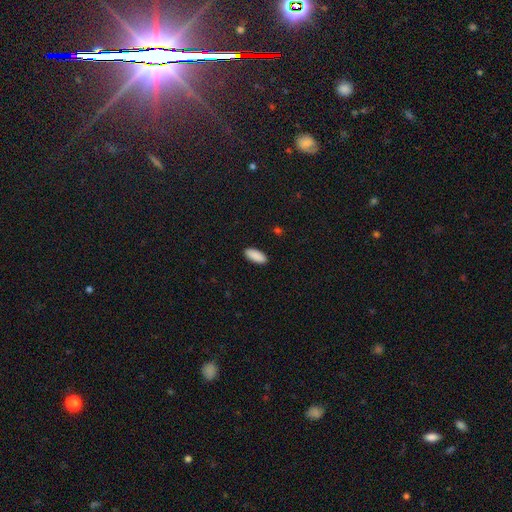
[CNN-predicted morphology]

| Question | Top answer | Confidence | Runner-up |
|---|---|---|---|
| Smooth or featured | smooth | 91% | star or artifact (6%) |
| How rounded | in between | 82% | cigar-shaped (16%) |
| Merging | none | 90% | minor disturbance (7%) |